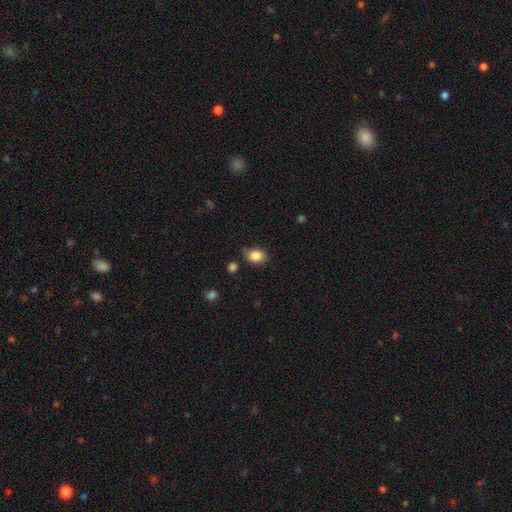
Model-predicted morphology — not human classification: Smooth or featured?
  - smooth: 85% *
  - star or artifact: 9%
  - featured or disk: 5%
How rounded?
  - in between: 57% *
  - round: 42%
  - cigar-shaped: 1%
Merging?
  - none: 73% *
  - minor disturbance: 19%
  - major disturbance: 4%
  - merger: 4%